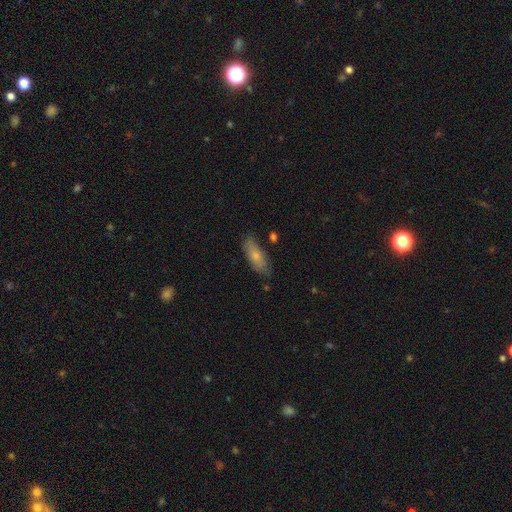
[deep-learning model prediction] Overall: smooth (73%). How rounded: in between (69%). Merging: none (73%).